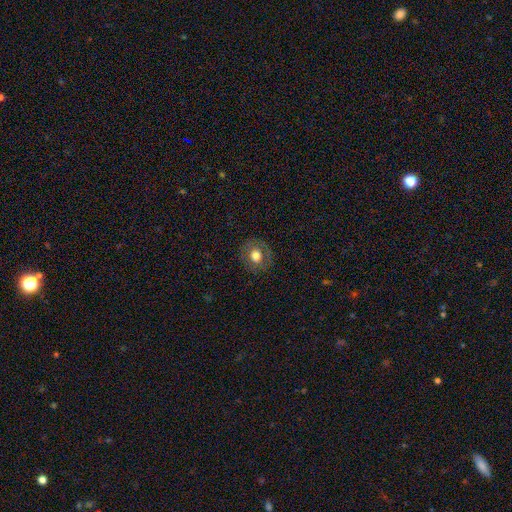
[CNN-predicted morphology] smooth 67%, featured or disk 23%, star or artifact 9%. Down the decision tree: how rounded — round (81%); merging — none (85%).